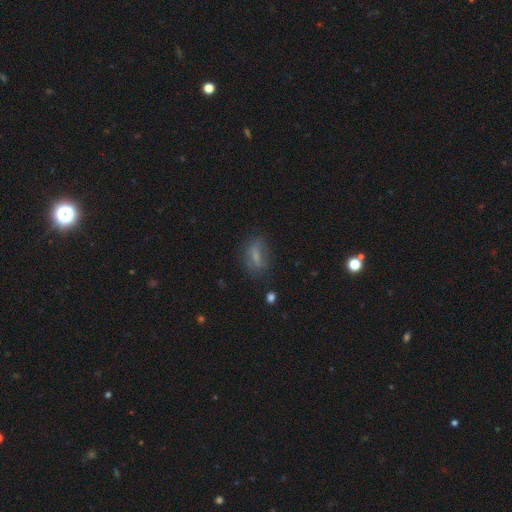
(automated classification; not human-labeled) Overall: smooth (58%; featured or disk 28%). How rounded: in between (71%). Merging: none (67%).